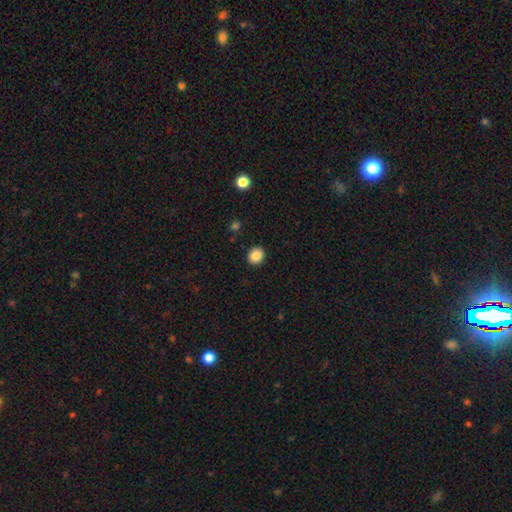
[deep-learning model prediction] The model was most divided on "how rounded": round: 74%, in between: 25%, cigar-shaped: 1%. More confident: merging — none (92%); smooth or featured — smooth (86%).